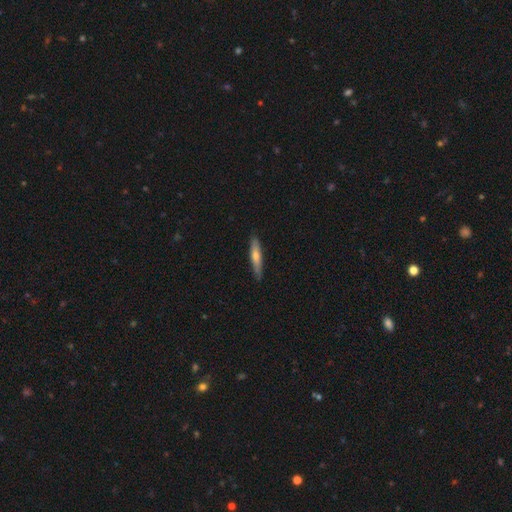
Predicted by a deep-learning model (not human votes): Overall: smooth (60%; featured or disk 34%). How rounded: cigar-shaped (87%). Merging: none (84%).